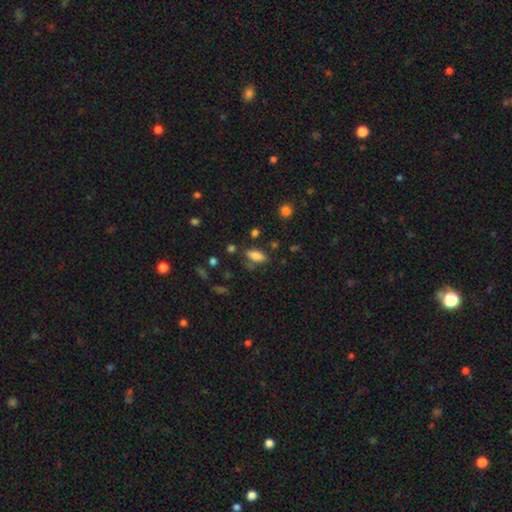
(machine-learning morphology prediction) smooth_or_featured: smooth (p=0.81) [alt: star or artifact p=0.10]
how_rounded: in between (p=0.84) [alt: cigar-shaped p=0.13]
merging: none (p=0.70) [alt: minor disturbance p=0.18]